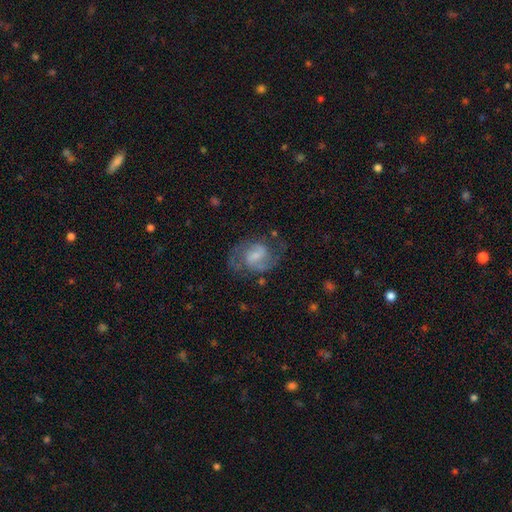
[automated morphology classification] Overall: featured or disk (74%). Edge-on disk: no (98%). Bar: weak (56%; no 25%). Spiral arms: yes (91%). Spiral arm count: 2 (82%). Spiral winding: medium (55%; loose 24%). Bulge size: small (40%; moderate 28%). Merging: none (62%).